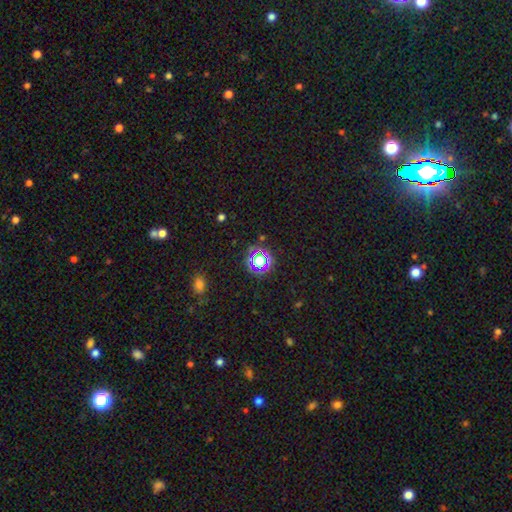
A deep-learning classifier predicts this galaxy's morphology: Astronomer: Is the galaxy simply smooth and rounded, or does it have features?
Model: star or artifact — 73%.